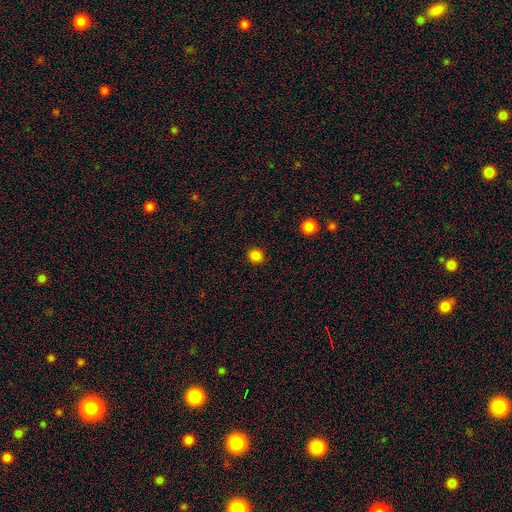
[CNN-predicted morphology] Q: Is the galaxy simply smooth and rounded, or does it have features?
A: smooth — 85%.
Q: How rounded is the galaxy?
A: round — 88%.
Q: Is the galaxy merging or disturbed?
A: none — 92%.